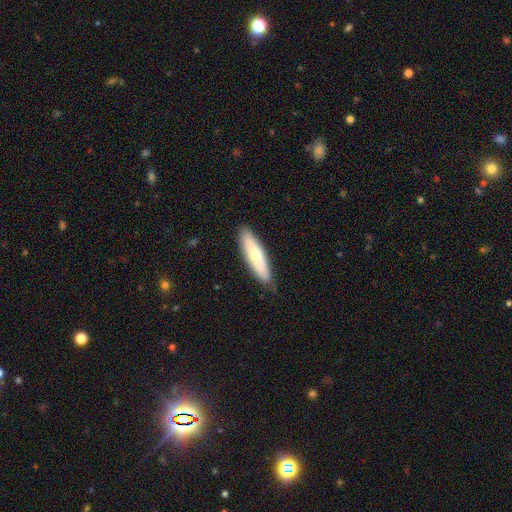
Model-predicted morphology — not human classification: smooth_or_featured: smooth (p=0.69) [alt: featured or disk p=0.26]
how_rounded: cigar-shaped (p=0.73) [alt: in between p=0.26]
merging: none (p=0.82) [alt: minor disturbance p=0.14]